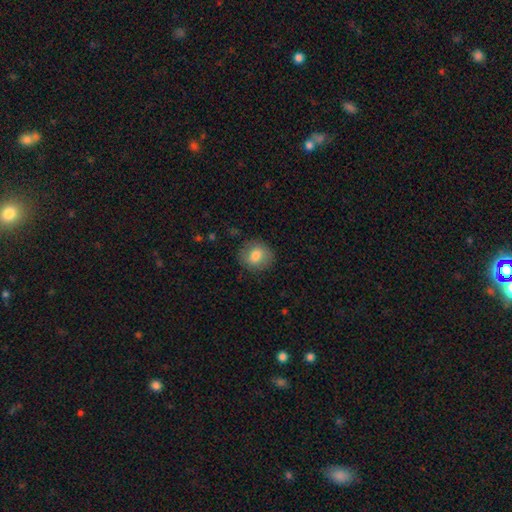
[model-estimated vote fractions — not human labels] Morphology: type=smooth (77%); roundness=round (80%); merging=none (85%).